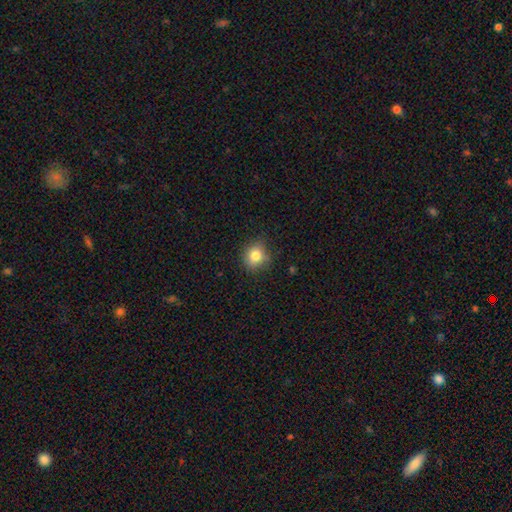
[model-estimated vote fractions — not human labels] A smooth galaxy with no disk features (81%) that is round (77%).

Vote fractions:
- Smooth or featured? smooth: 81% / star or artifact: 11% / featured or disk: 8%
- How rounded? round: 77% / in between: 22% / cigar-shaped: 1%
- Merging? none: 77% / minor disturbance: 18% / major disturbance: 4% / merger: 1%